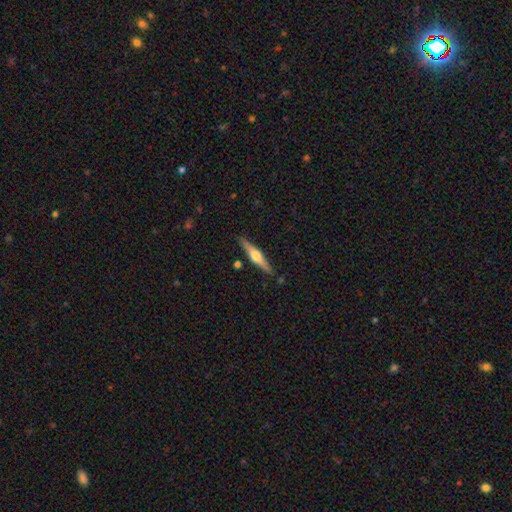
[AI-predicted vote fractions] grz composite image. It shows a featured or disk galaxy (65%) viewed edge-on (97%) with a rounded central bulge (90%). Merging: none (87%).